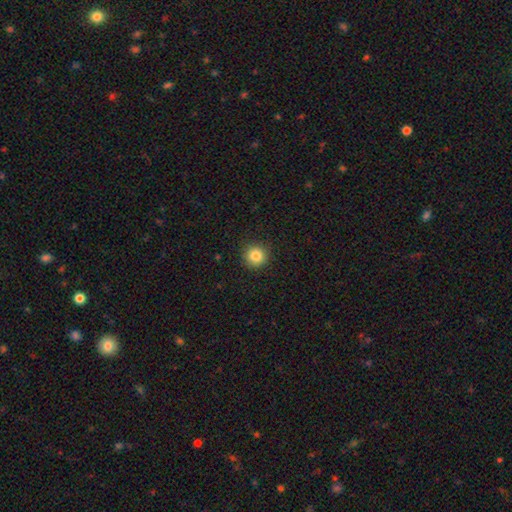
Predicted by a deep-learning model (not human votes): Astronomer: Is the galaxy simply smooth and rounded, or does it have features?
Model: smooth — 84%.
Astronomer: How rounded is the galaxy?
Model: round — 95%.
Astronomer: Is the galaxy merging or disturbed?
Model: none — 91%.